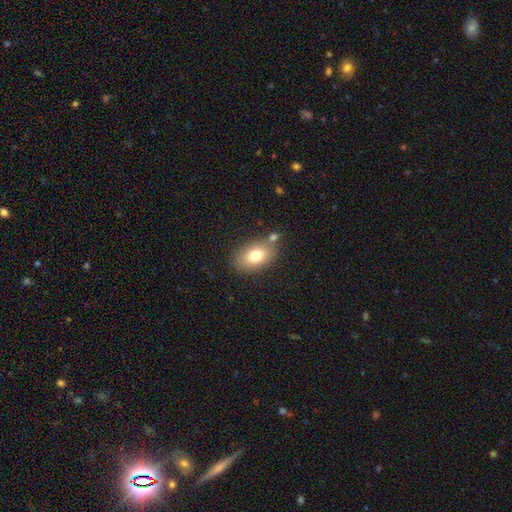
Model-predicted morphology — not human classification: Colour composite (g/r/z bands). It shows a smooth galaxy with no disk features (77%) that is in between round and cigar-shaped (87%). Merging: none (70%).